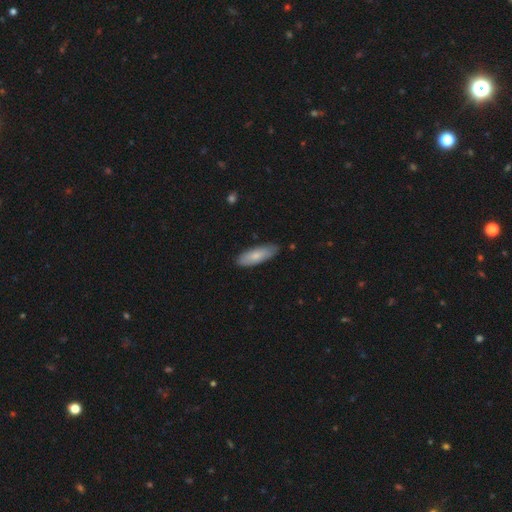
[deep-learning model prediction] A smooth galaxy with no disk features (78%) that is in between round and cigar-shaped (62%). Merging: none (82%).